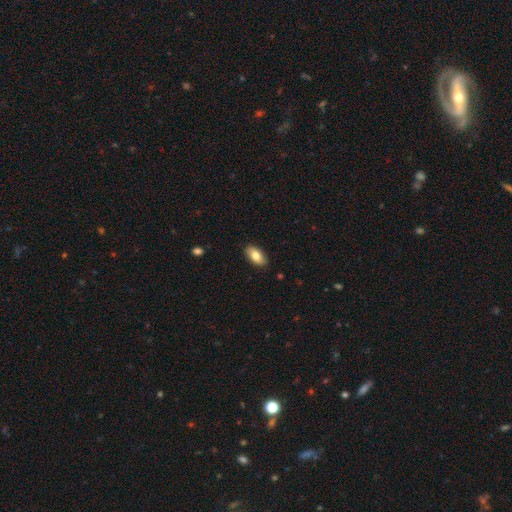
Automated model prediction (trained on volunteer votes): Smooth or featured? Predicted: smooth (p=0.80). How rounded? Predicted: in between (p=0.92). Merging? Predicted: none (p=0.88).